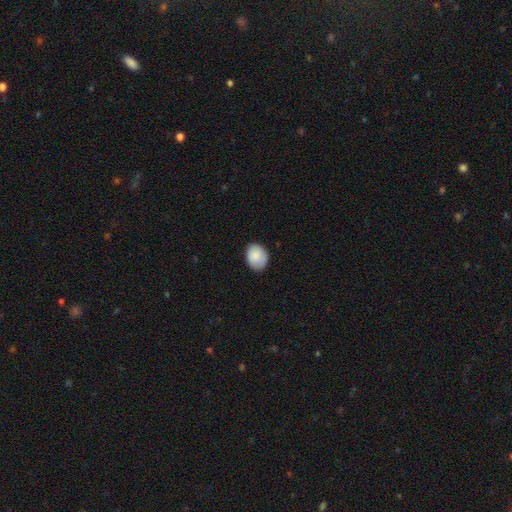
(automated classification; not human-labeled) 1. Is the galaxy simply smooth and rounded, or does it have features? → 85% smooth, 9% featured or disk, 7% star or artifact.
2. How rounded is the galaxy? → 57% in between, 42% round, 1% cigar-shaped.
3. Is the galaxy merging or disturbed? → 76% none, 19% minor disturbance, 3% major disturbance, 1% merger.